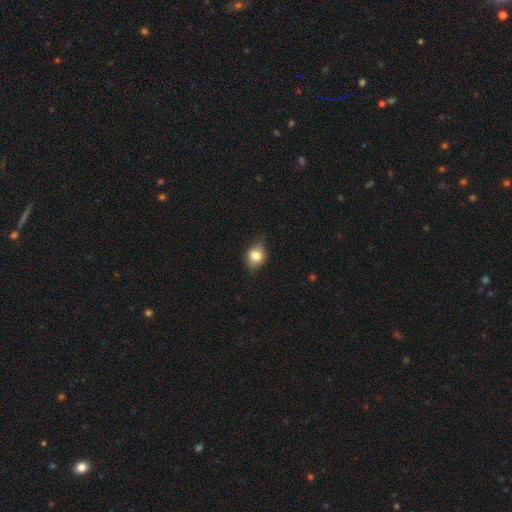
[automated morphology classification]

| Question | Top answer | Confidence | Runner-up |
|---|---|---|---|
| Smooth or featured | smooth | 74% | featured or disk (17%) |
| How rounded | in between | 54% | round (44%) |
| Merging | none | 67% | minor disturbance (26%) |